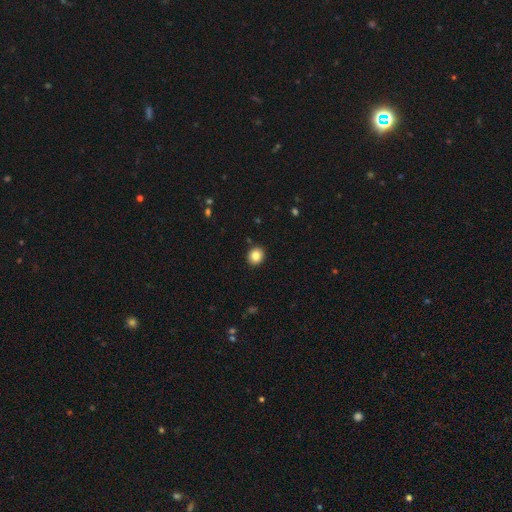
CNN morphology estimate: A smooth galaxy with no disk features (84%) that is round (78%). Merging: none (91%).